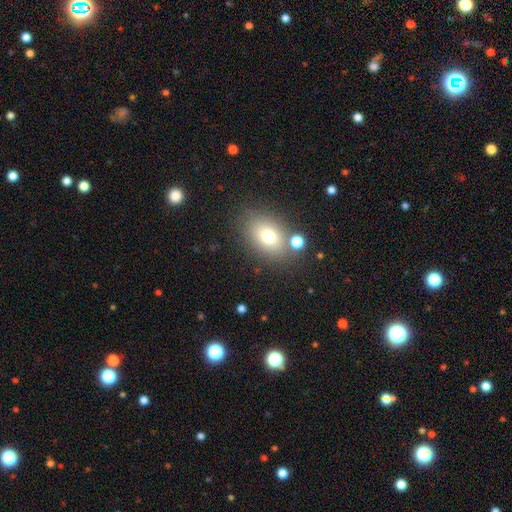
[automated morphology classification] A smooth galaxy with no disk features (64%) that is in between round and cigar-shaped (66%). Merging: none (80%).